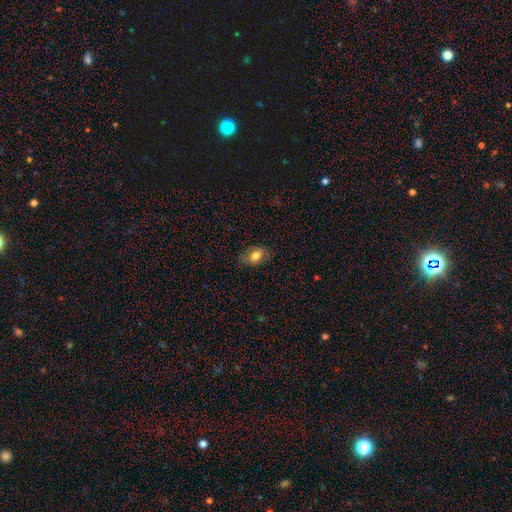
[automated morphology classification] Smooth or featured: smooth — 76% (featured or disk — 16%)
How rounded: in between — 85% (round — 14%)
Merging: none — 78% (minor disturbance — 16%)